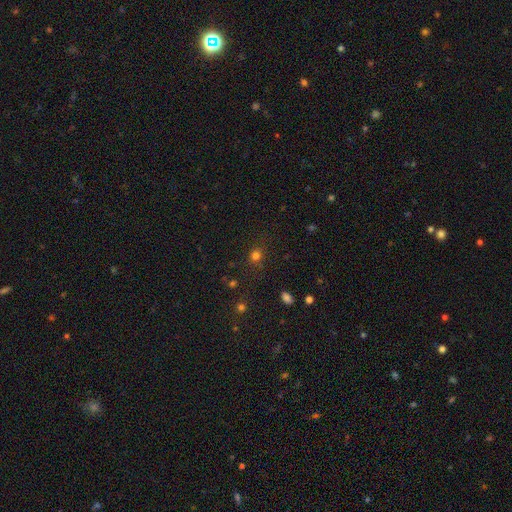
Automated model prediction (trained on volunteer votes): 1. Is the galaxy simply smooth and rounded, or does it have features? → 75% smooth, 20% star or artifact, 5% featured or disk.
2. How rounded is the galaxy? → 84% round, 15% in between, 1% cigar-shaped.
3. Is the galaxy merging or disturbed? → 83% none, 11% minor disturbance, 4% major disturbance, 2% merger.